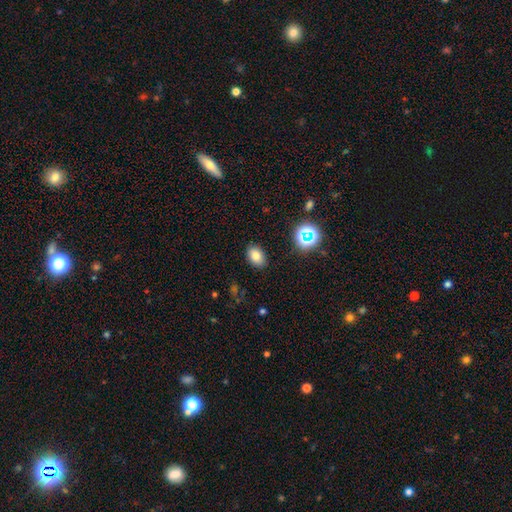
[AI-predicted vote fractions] smooth-or-featured: smooth: 80% | star or artifact: 13% | featured or disk: 7%
  how-rounded: in between: 82% | round: 17% | cigar-shaped: 1%
  merging: none: 86% | minor disturbance: 10% | major disturbance: 3% | merger: 1%